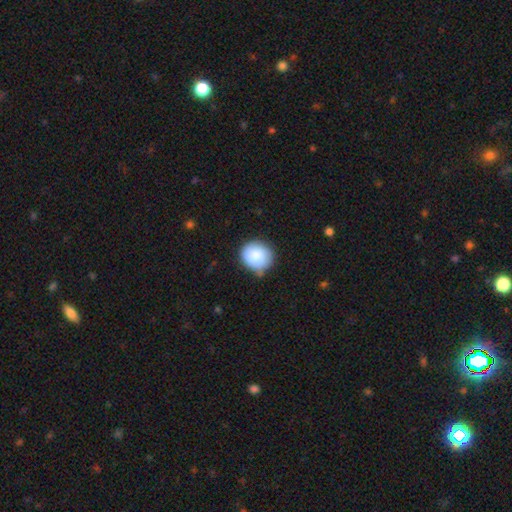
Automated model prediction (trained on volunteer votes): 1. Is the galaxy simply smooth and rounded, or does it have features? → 83% smooth, 10% featured or disk, 7% star or artifact.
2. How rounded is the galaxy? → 85% round, 14% in between, 1% cigar-shaped.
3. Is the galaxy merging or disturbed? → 68% none, 24% minor disturbance, 4% major disturbance, 3% merger.